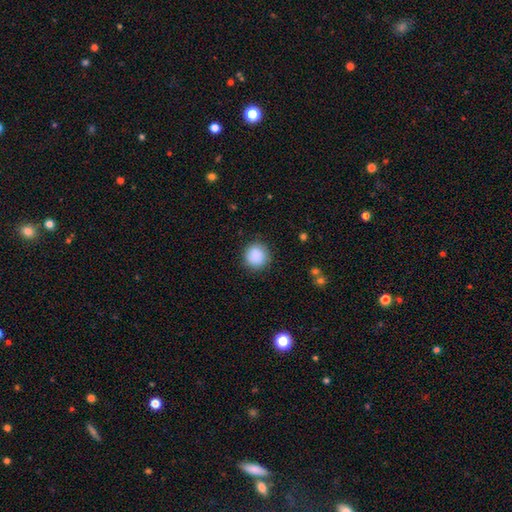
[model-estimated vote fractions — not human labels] Smooth or featured? smooth (89%)
How rounded? round (92%)
Merging? none (88%)